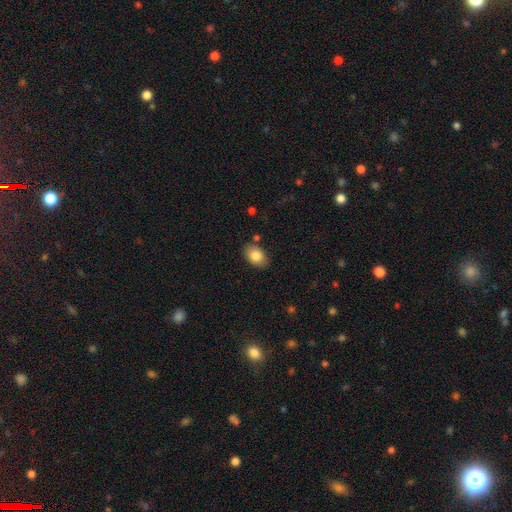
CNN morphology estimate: smooth_or_featured: smooth (p=0.83) [alt: featured or disk p=0.09]
how_rounded: in between (p=0.85) [alt: round p=0.13]
merging: none (p=0.83) [alt: minor disturbance p=0.11]